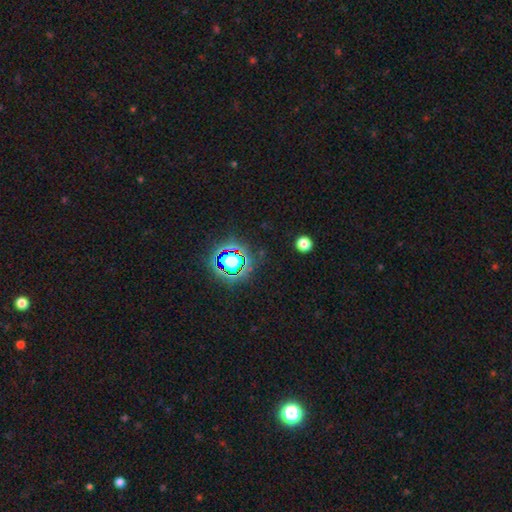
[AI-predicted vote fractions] Smooth or featured? Predicted: star or artifact (p=0.79).